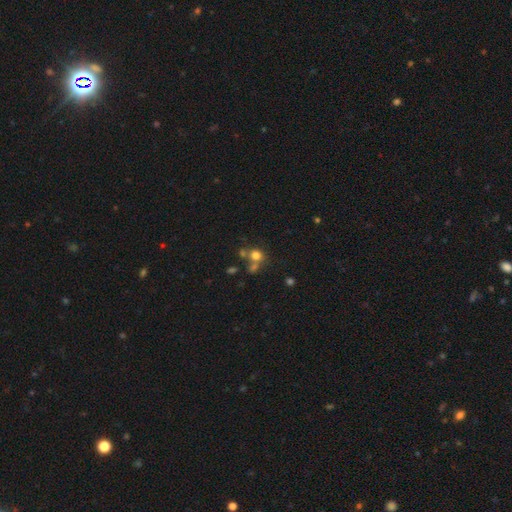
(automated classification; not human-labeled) Smooth or featured? smooth (72%)
How rounded? round (81%)
Merging? none (50%)